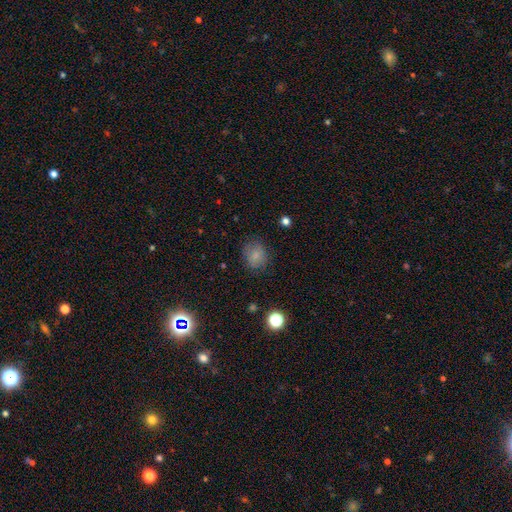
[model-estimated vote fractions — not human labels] Morphology: type=smooth (80%); roundness=round (65%); merging=none (79%).